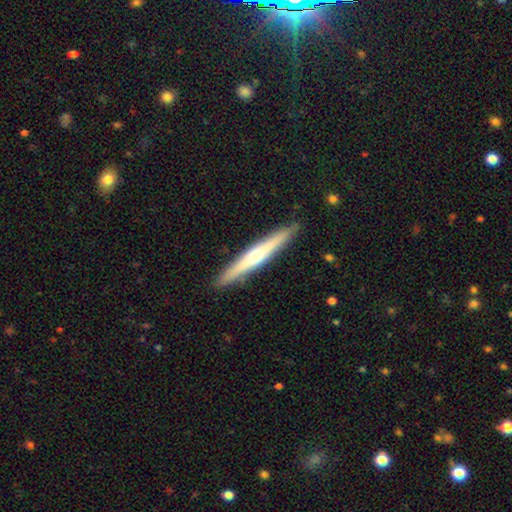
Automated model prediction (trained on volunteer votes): Smooth or featured? featured or disk (66%)
Edge-on disk? yes (97%)
Edge-on bulge? rounded (84%)
Merging? none (91%)